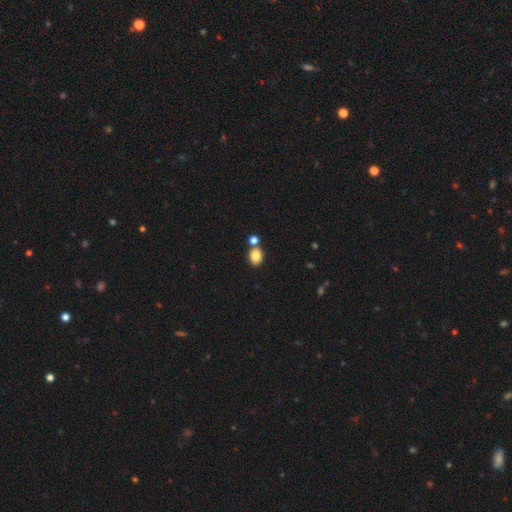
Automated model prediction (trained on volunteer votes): smooth 84%, star or artifact 10%, featured or disk 6%. Down the decision tree: how rounded — in between (62%); merging — none (62%).